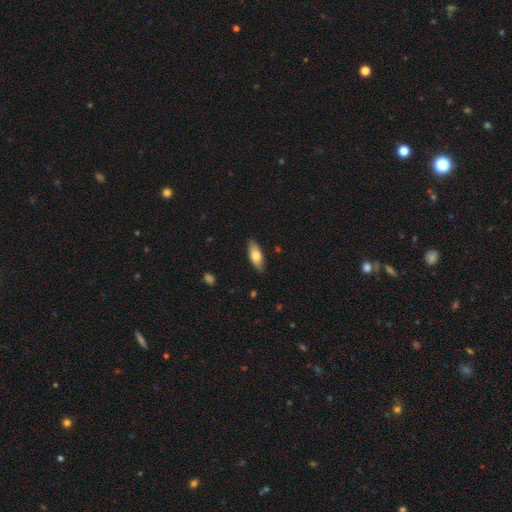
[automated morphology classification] smooth-or-featured: smooth: 72% | featured or disk: 22% | star or artifact: 6%
  how-rounded: in between: 77% | cigar-shaped: 21% | round: 2%
  merging: none: 87% | minor disturbance: 10% | major disturbance: 2% | merger: 1%